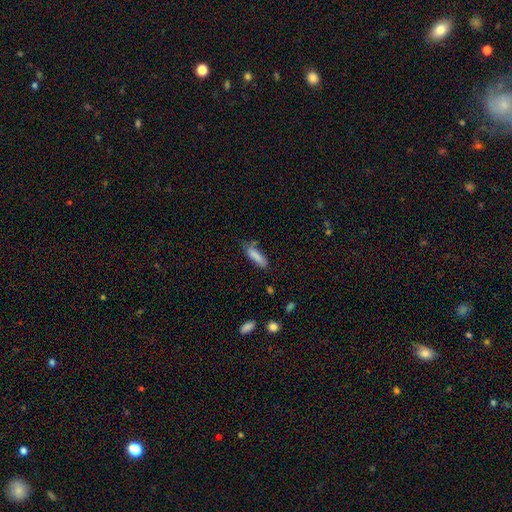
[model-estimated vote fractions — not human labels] Smooth or featured: smooth — 84% (featured or disk — 9%)
How rounded: cigar-shaped — 60% (in between — 38%)
Merging: none — 64% (minor disturbance — 25%)